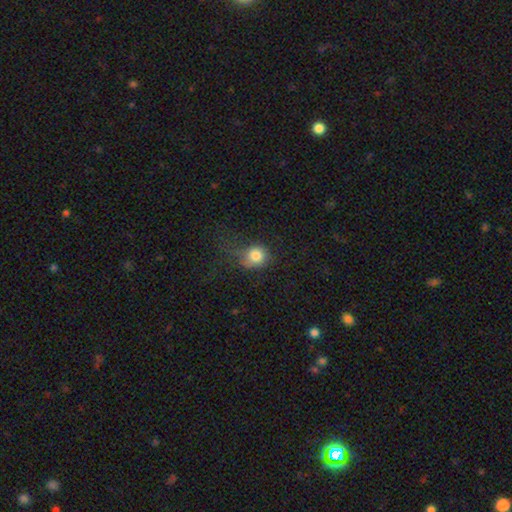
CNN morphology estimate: smooth-or-featured: smooth: 81% | star or artifact: 11% | featured or disk: 8%
  how-rounded: round: 77% | in between: 22% | cigar-shaped: 1%
  merging: none: 46% | minor disturbance: 27% | major disturbance: 25% | merger: 2%